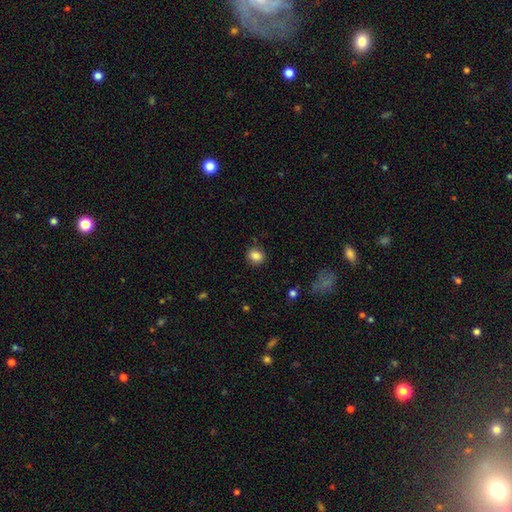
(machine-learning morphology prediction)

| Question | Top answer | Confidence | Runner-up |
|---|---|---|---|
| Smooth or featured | smooth | 86% | star or artifact (9%) |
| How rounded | round | 70% | in between (29%) |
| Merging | none | 85% | minor disturbance (11%) |